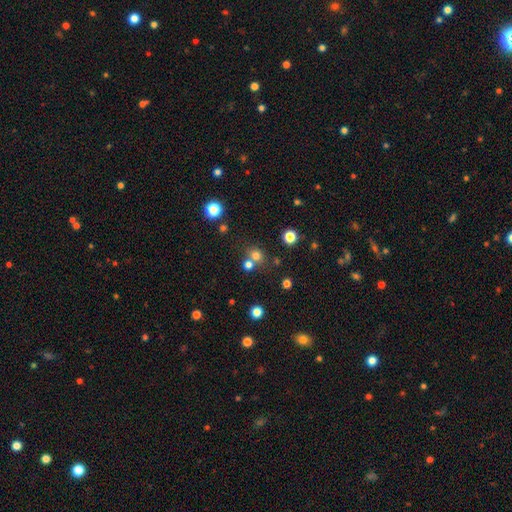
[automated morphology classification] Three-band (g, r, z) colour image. It shows a smooth galaxy with no disk features (70%) that is round (83%). Merging: none (59%).